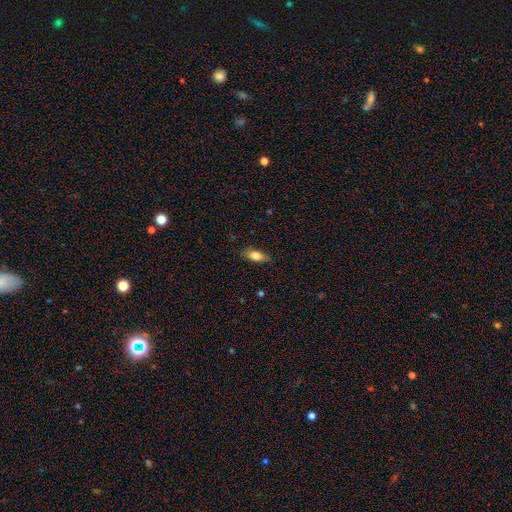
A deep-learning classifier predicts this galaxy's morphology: smooth_or_featured: smooth (p=0.81) [alt: featured or disk p=0.12]
how_rounded: in between (p=0.78) [alt: cigar-shaped p=0.19]
merging: none (p=0.83) [alt: minor disturbance p=0.13]